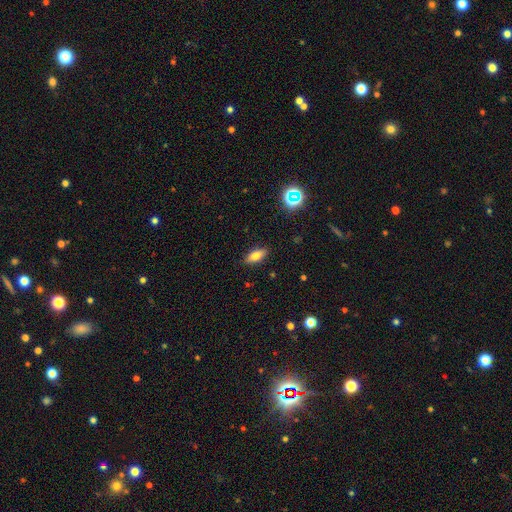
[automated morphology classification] Smooth or featured?
  - smooth: 75% *
  - featured or disk: 15%
  - star or artifact: 10%
How rounded?
  - in between: 80% *
  - cigar-shaped: 16%
  - round: 4%
Merging?
  - none: 88% *
  - minor disturbance: 9%
  - major disturbance: 2%
  - merger: 1%